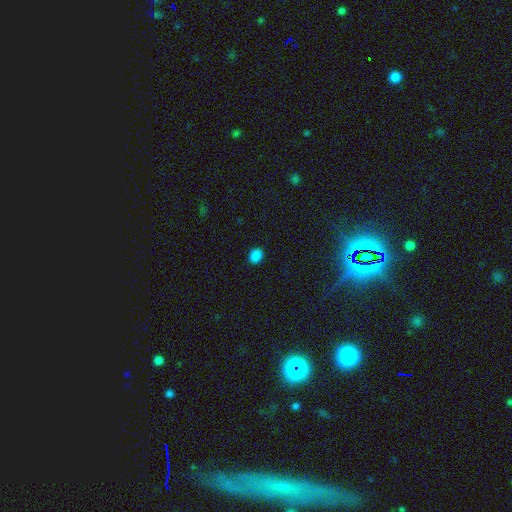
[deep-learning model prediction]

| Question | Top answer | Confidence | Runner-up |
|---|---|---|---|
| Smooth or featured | smooth | 86% | star or artifact (11%) |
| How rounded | in between | 51% | round (48%) |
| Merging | none | 90% | minor disturbance (7%) |